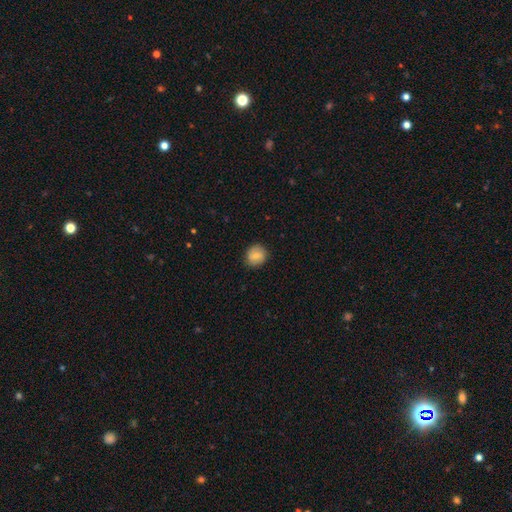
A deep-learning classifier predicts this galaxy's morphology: smooth_or_featured: smooth (p=0.79) [alt: featured or disk p=0.13]
how_rounded: round (p=0.87) [alt: in between p=0.12]
merging: none (p=0.88) [alt: minor disturbance p=0.09]